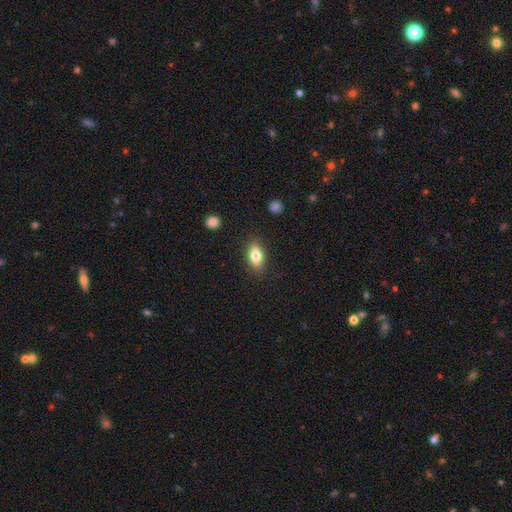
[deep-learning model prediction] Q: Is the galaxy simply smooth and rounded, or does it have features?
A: smooth — 80%.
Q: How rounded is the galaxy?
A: in between — 84%.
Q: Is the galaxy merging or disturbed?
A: none — 86%.